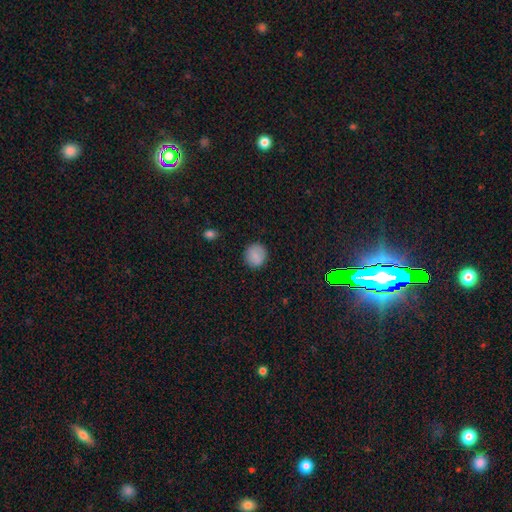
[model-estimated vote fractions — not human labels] The model was most divided on "smooth or featured": smooth: 86%, star or artifact: 9%, featured or disk: 5%. More confident: how rounded — round (91%); merging — none (89%).